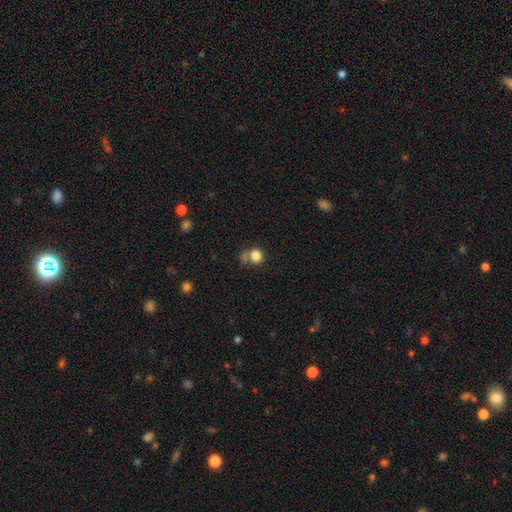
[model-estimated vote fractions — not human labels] Overall: smooth (82%). How rounded: round (78%). Merging: none (53%; merger 21%).